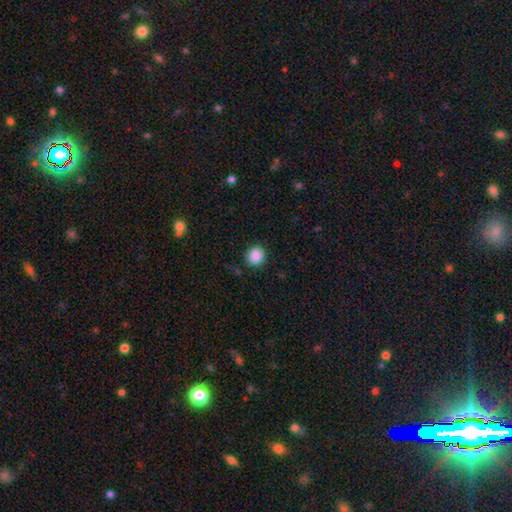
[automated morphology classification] Overall: smooth (88%). How rounded: round (81%). Merging: none (88%).